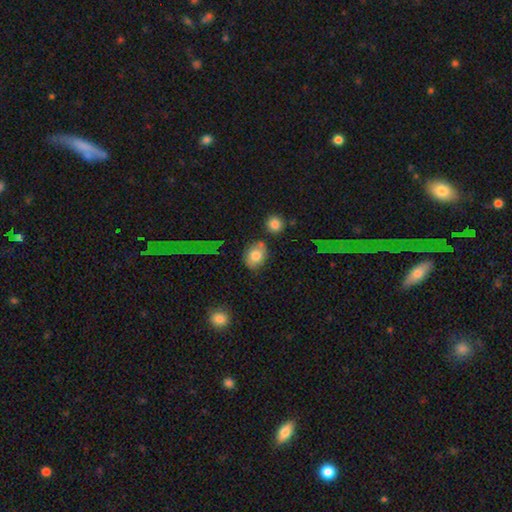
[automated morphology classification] A smooth galaxy with no disk features (77%) that is in between round and cigar-shaped (51%). Merging: none (70%).